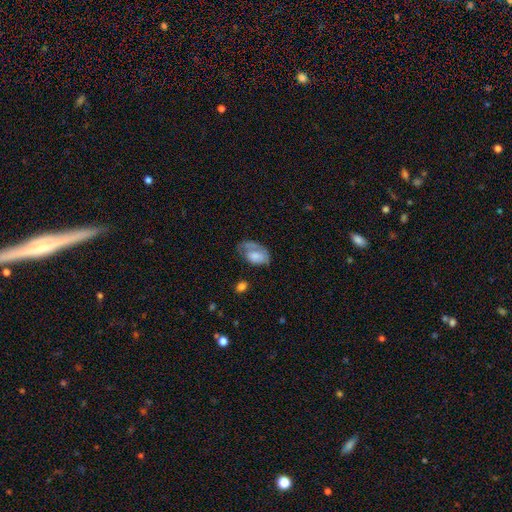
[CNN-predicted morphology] type=smooth (60%); roundness=in between (88%); merging=none (33%).